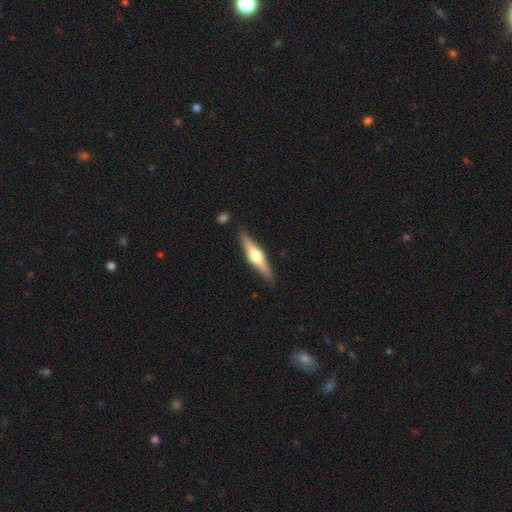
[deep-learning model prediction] Overall: featured or disk (60%; smooth 34%). Edge-on disk: yes (96%). Edge-on bulge: rounded (93%). Merging: none (88%).